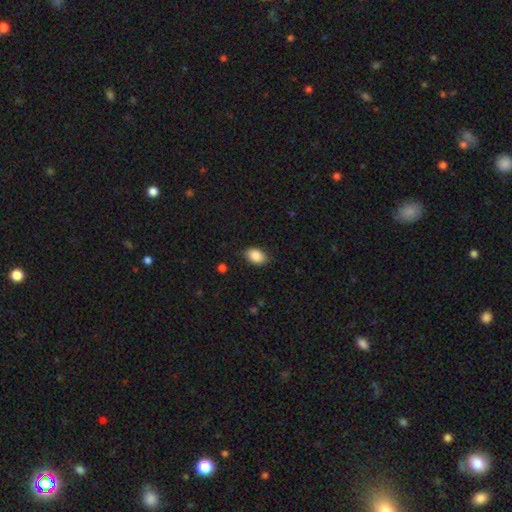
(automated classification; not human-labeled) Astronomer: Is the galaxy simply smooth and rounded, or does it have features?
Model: smooth — 87%.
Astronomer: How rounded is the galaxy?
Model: in between — 84%.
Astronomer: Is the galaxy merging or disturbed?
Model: none — 86%.